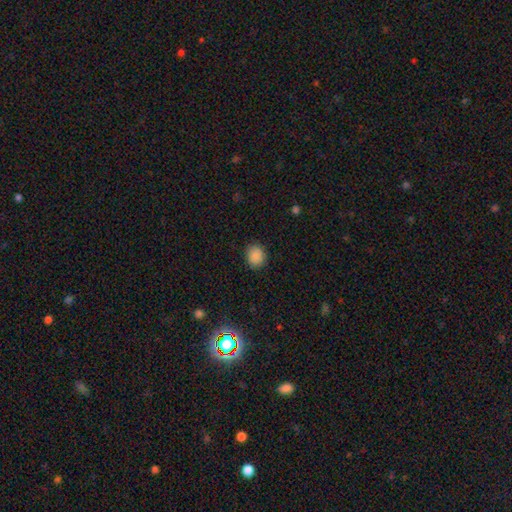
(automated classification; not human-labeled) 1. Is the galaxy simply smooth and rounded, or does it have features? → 87% smooth, 10% star or artifact, 3% featured or disk.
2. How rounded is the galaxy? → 70% round, 29% in between, 1% cigar-shaped.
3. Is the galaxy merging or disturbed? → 88% none, 8% minor disturbance, 2% major disturbance, 1% merger.